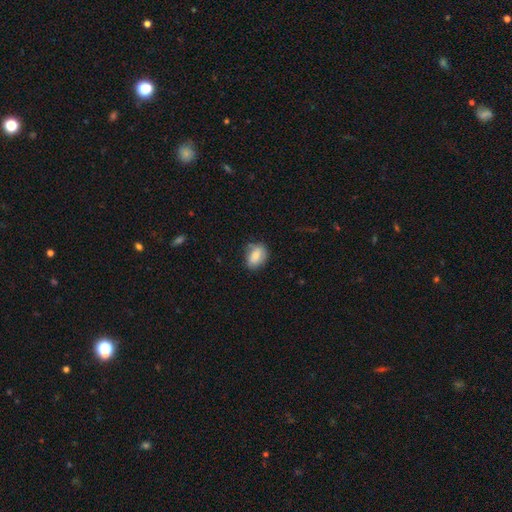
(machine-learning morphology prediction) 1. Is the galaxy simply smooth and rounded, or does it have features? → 80% smooth, 12% featured or disk, 8% star or artifact.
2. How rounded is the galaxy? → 72% in between, 26% round, 1% cigar-shaped.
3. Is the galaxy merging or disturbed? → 63% none, 28% minor disturbance, 6% major disturbance, 2% merger.